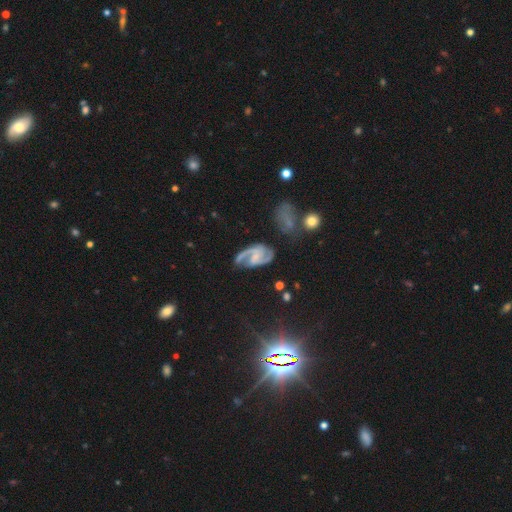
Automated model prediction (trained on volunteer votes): Q: Smooth or featured?
A: featured or disk (86%); runner-up: smooth (8%)
Q: Edge-on disk?
A: no (97%); runner-up: yes (3%)
Q: Bar?
A: weak (45%); runner-up: no (39%)
Q: Spiral arms?
A: yes (97%); runner-up: no (3%)
Q: Spiral winding?
A: medium (54%); runner-up: loose (26%)
Q: Spiral arm count?
A: 2 (86%); runner-up: 1 (4%)
Q: Bulge size?
A: small (45%); runner-up: none (34%)
Q: Merging?
A: none (58%); runner-up: minor disturbance (21%)